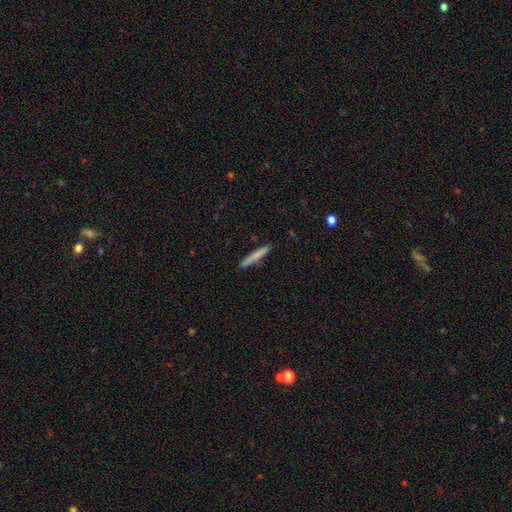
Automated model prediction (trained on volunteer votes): Overall: smooth (76%). How rounded: cigar-shaped (96%). Merging: none (89%).